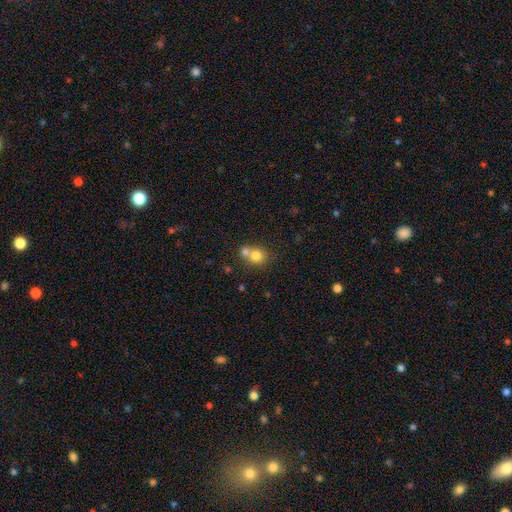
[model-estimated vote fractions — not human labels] Overall: smooth (77%). How rounded: round (80%). Merging: merger (53%; none 38%).